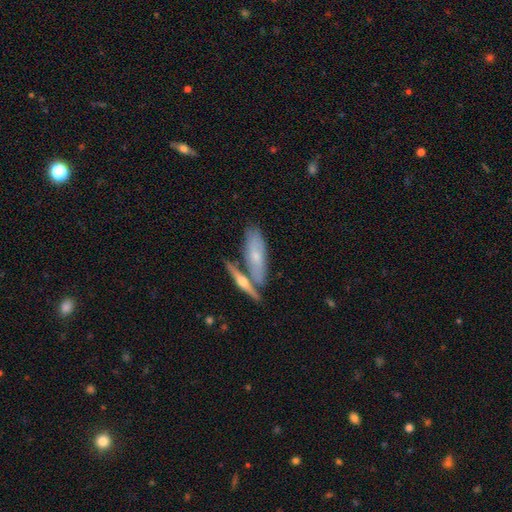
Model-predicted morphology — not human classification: A smooth galaxy with no disk features (49%).

Vote fractions:
- Smooth or featured? smooth: 49% / featured or disk: 44% / star or artifact: 7%
- Merging? none: 49% / merger: 33% / minor disturbance: 14% / major disturbance: 4%